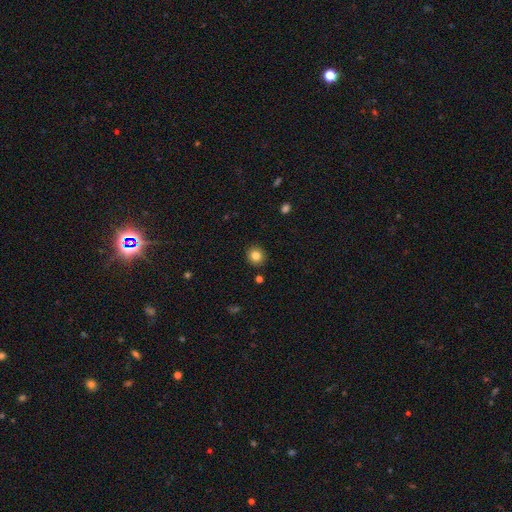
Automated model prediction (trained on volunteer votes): A smooth galaxy with no disk features (82%) that is round (85%).

Vote fractions:
- Smooth or featured? smooth: 82% / star or artifact: 11% / featured or disk: 8%
- How rounded? round: 85% / in between: 14% / cigar-shaped: 1%
- Merging? none: 91% / minor disturbance: 6% / major disturbance: 2% / merger: 1%